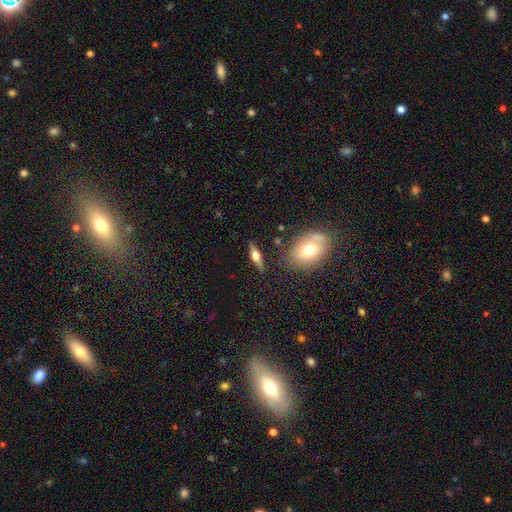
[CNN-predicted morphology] A featured or disk galaxy (59%) viewed edge-on (94%) with a rounded central bulge (92%). Merging: none (84%).